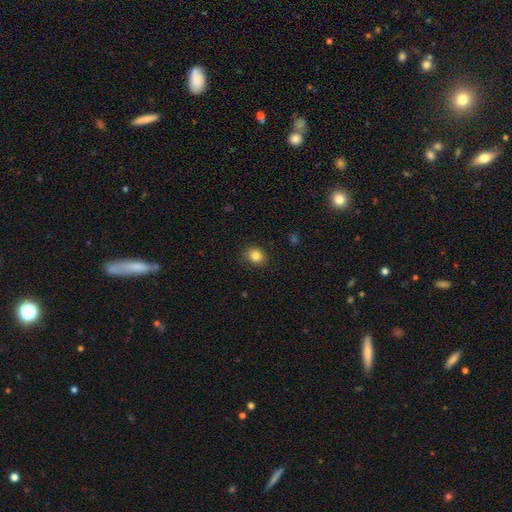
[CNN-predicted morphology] type=smooth (84%); roundness=round (62%); merging=none (85%).